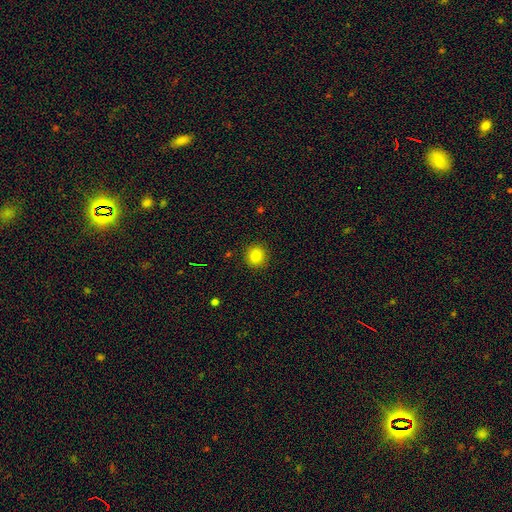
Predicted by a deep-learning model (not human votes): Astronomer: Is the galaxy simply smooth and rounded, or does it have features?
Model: smooth — 84%.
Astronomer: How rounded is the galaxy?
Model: round — 88%.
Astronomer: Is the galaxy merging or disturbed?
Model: none — 91%.